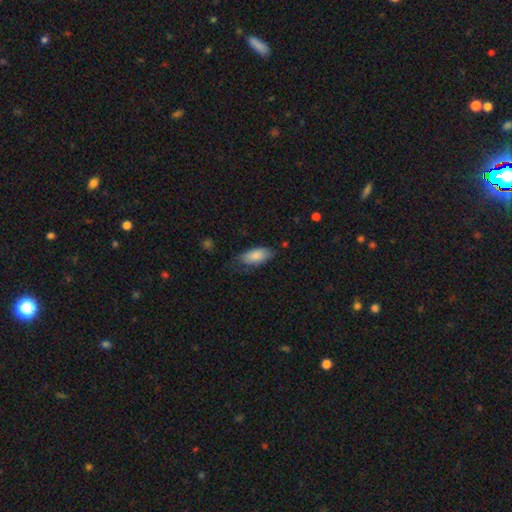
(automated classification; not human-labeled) A smooth galaxy with no disk features (85%) that is in between round and cigar-shaped (89%). Merging: none (64%).